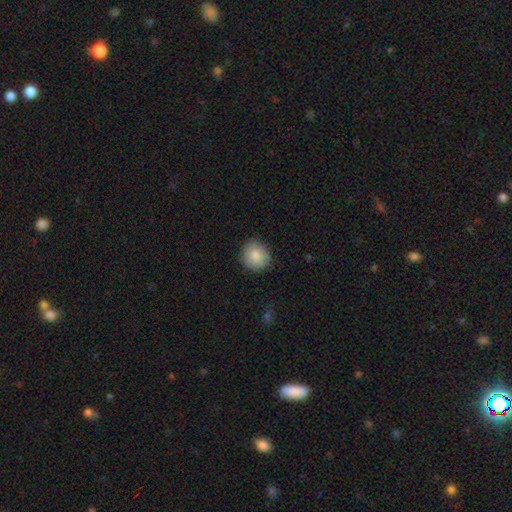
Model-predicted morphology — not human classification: Smooth or featured? smooth (85%)
How rounded? round (86%)
Merging? none (85%)